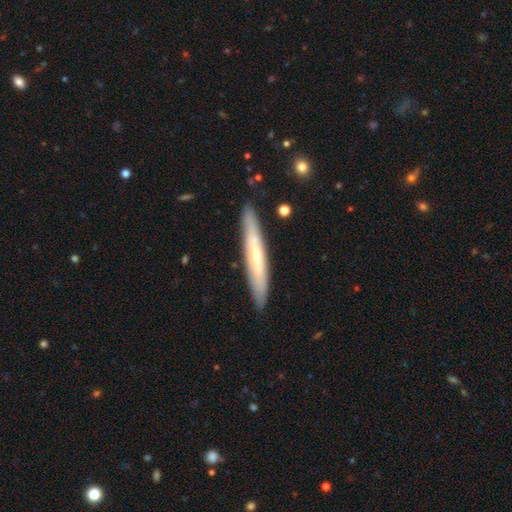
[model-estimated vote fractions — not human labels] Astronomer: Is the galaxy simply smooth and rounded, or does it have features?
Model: featured or disk — 57% (runner-up: smooth, 38%).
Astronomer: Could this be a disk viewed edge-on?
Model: yes — 84%.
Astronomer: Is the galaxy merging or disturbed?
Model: none — 89%.